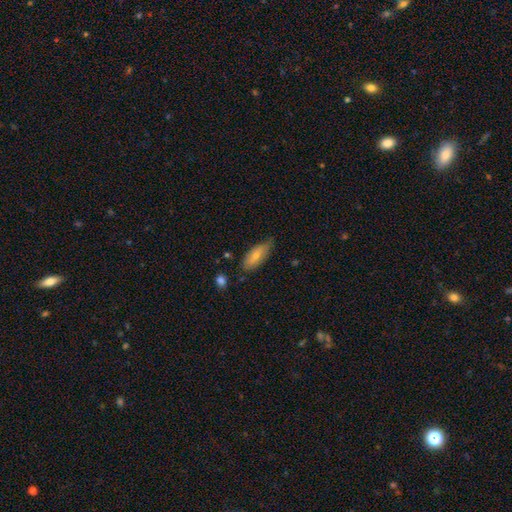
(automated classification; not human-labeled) Smooth or featured: smooth — 71% (featured or disk — 23%)
How rounded: in between — 78% (cigar-shaped — 20%)
Merging: none — 59% (minor disturbance — 33%)